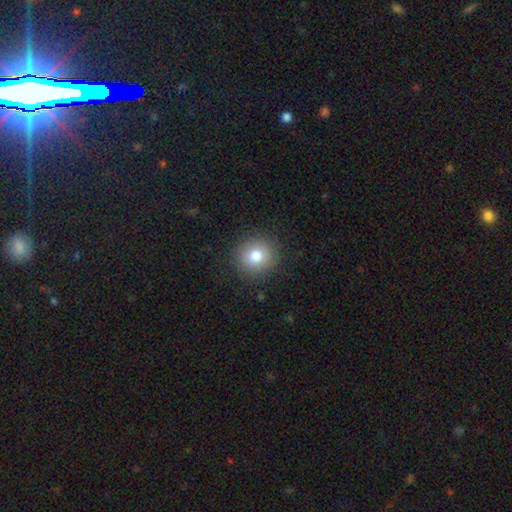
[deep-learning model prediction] This appears to be a smooth galaxy with no disk features (79%) that is round (92%). Merging: none (89%).